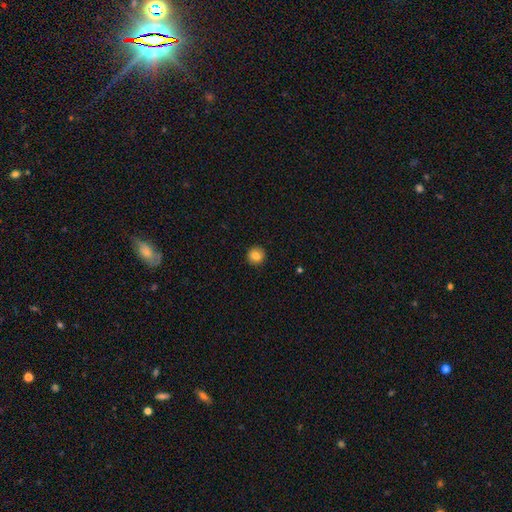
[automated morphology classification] A smooth galaxy with no disk features (83%) that is round (93%). Merging: none (91%).